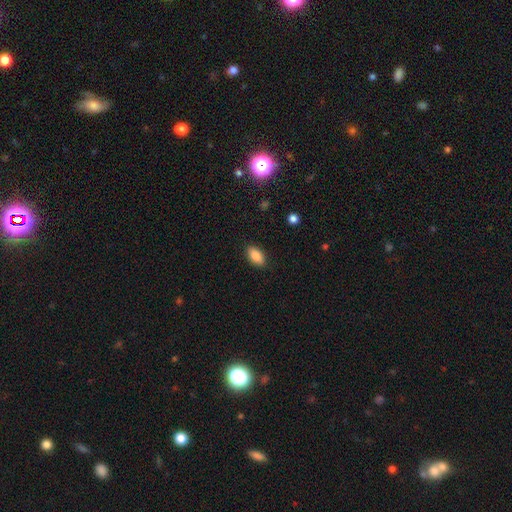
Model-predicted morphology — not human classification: Smooth or featured? Predicted: smooth (p=0.87). How rounded? Predicted: in between (p=0.92). Merging? Predicted: none (p=0.88).